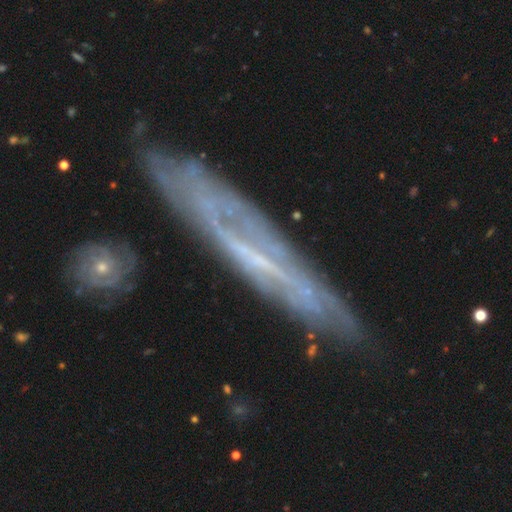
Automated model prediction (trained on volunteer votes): Overall: featured or disk (78%). Edge-on disk: yes (54%; no 46%). Merging: none (72%).